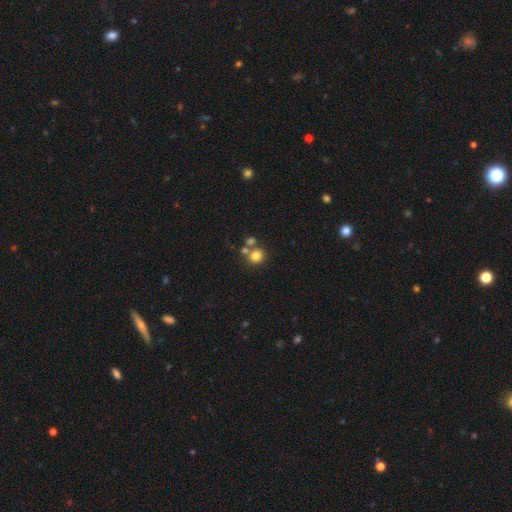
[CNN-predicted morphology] Smooth or featured: smooth — 78% (star or artifact — 13%)
How rounded: round — 83% (in between — 16%)
Merging: none — 61% (merger — 28%)